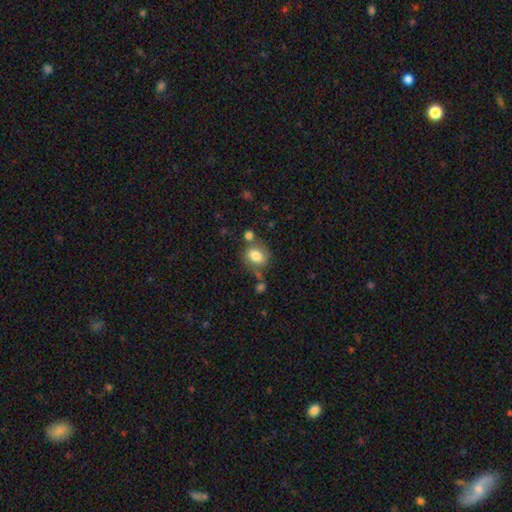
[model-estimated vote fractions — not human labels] smooth 77%, featured or disk 14%, star or artifact 9%. Down the decision tree: how rounded — round (52%); merging — none (63%).